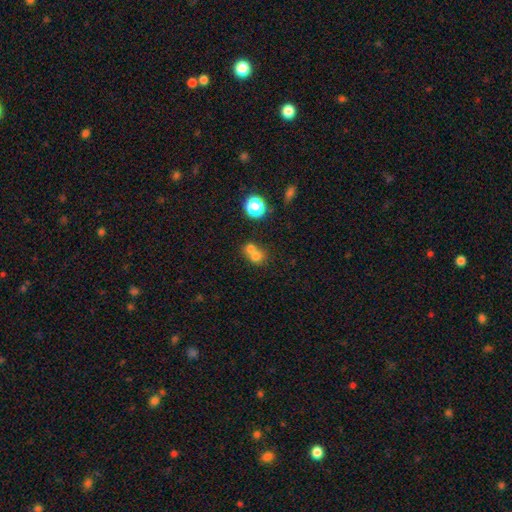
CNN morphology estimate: Smooth or featured: smooth — 70% (star or artifact — 15%)
How rounded: round — 76% (in between — 23%)
Merging: merger — 59% (none — 32%)